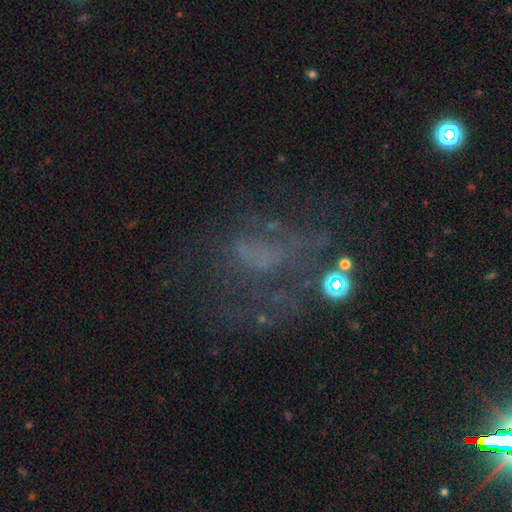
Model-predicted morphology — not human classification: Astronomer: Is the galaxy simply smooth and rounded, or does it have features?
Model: featured or disk — 47% (runner-up: star or artifact, 31%).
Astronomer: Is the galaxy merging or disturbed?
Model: none — 40% (runner-up: major disturbance, 38%).